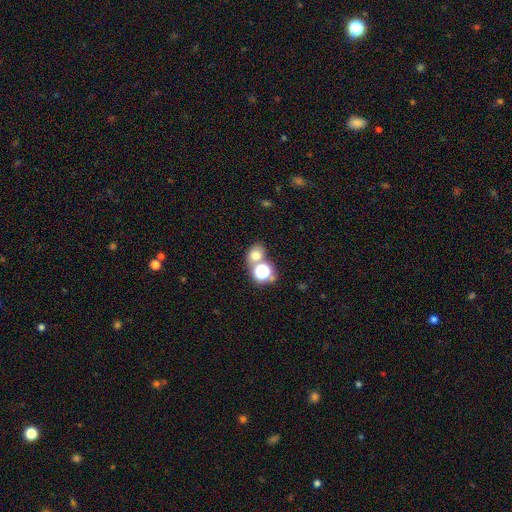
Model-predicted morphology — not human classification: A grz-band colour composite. It shows a smooth galaxy with no disk features (67%) that is round (57%). Merging: none (55%).